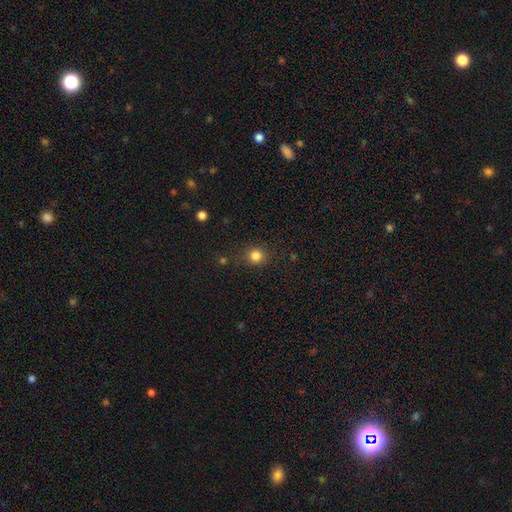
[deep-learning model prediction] Smooth or featured? smooth (82%)
How rounded? round (89%)
Merging? none (83%)